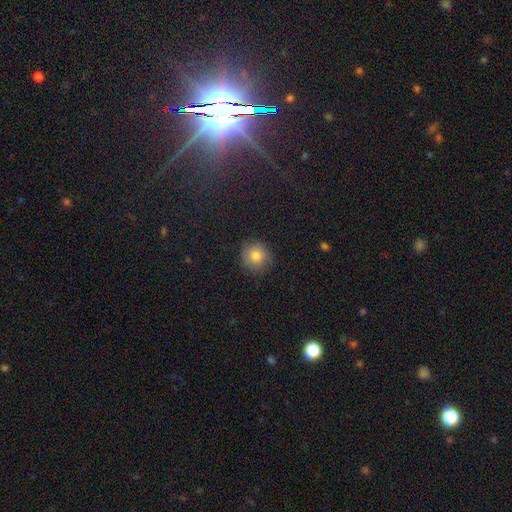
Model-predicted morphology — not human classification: Smooth or featured? Predicted: smooth (p=0.82). How rounded? Predicted: round (p=0.93). Merging? Predicted: none (p=0.85).